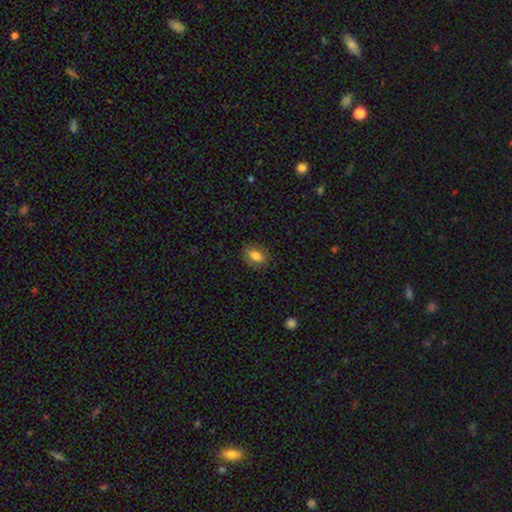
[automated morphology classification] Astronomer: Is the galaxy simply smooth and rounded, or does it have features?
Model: smooth — 80%.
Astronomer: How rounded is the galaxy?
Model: in between — 82%.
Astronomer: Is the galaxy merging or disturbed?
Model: none — 83%.